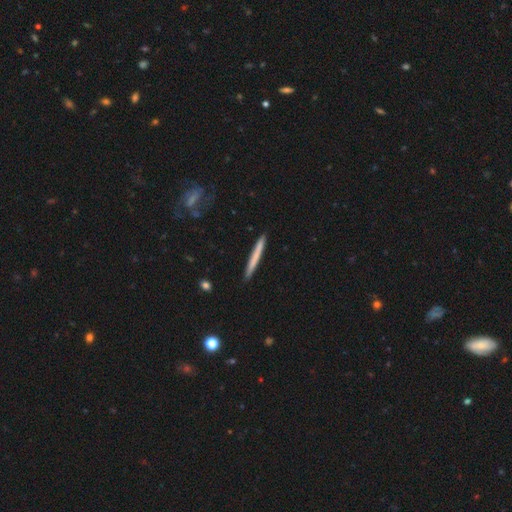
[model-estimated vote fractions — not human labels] This is likely a smooth galaxy (63%). How rounded: clearly cigar-shaped (97%). Merging: clearly none (91%).